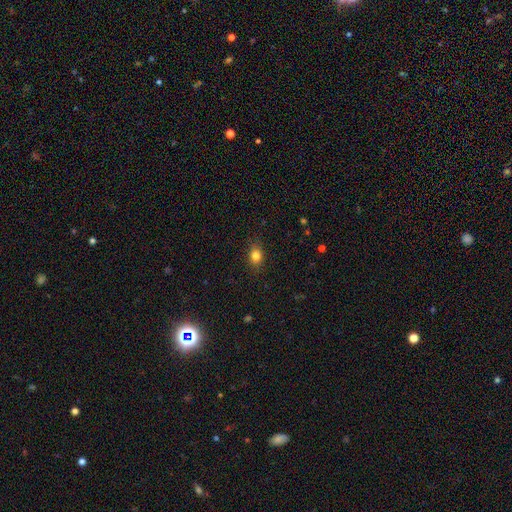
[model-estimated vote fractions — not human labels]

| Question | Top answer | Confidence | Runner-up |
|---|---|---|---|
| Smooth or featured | smooth | 82% | star or artifact (11%) |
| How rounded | in between | 59% | round (39%) |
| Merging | none | 85% | minor disturbance (11%) |